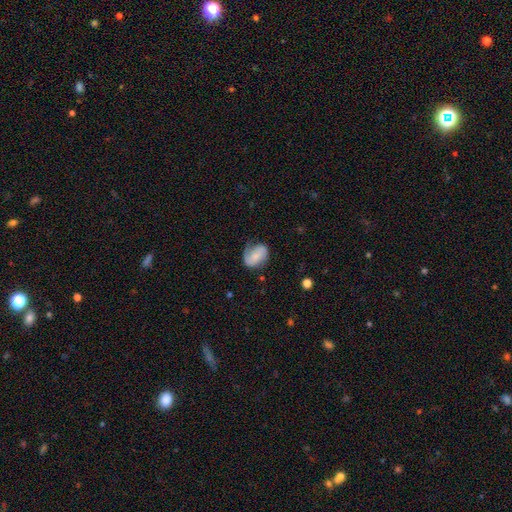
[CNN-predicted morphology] This appears to be a featured or disk galaxy (48%). Merging: none (50%).